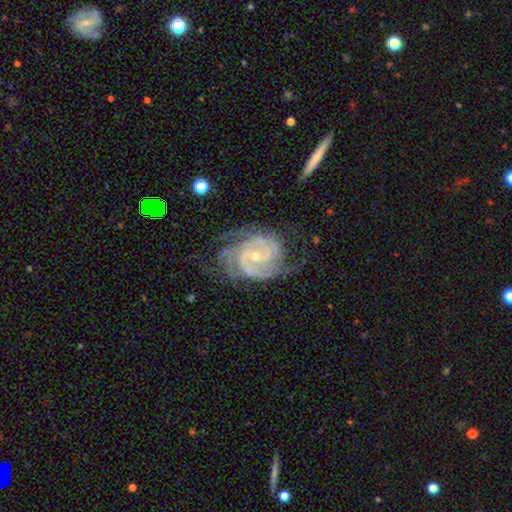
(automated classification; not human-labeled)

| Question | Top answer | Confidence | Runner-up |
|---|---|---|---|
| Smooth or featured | featured or disk | 91% | star or artifact (5%) |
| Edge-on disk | no | 98% | yes (2%) |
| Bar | no | 54% | weak (35%) |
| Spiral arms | yes | 98% | no (2%) |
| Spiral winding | tight | 55% | medium (38%) |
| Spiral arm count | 2 | 43% | 3 (24%) |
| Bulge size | small | 69% | moderate (28%) |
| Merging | none | 61% | minor disturbance (23%) |